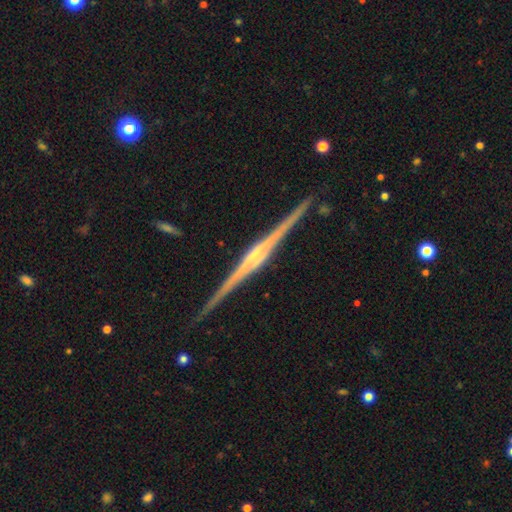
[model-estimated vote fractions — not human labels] Smooth or featured: featured or disk — 90% (smooth — 5%)
Edge-on disk: yes — 99% (no — 1%)
Edge-on bulge: rounded — 68% (boxy — 21%)
Merging: none — 92% (minor disturbance — 6%)